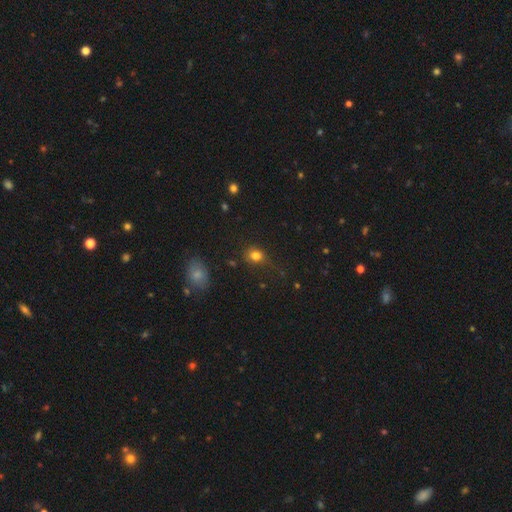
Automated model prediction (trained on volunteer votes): This is likely a smooth galaxy (80%). How rounded: likely round (70%). Merging: likely none (65%).